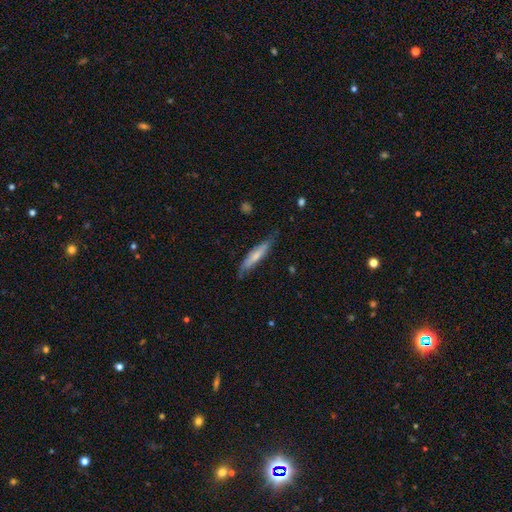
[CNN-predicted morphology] Smooth or featured? smooth (59%)
How rounded? cigar-shaped (84%)
Merging? none (68%)